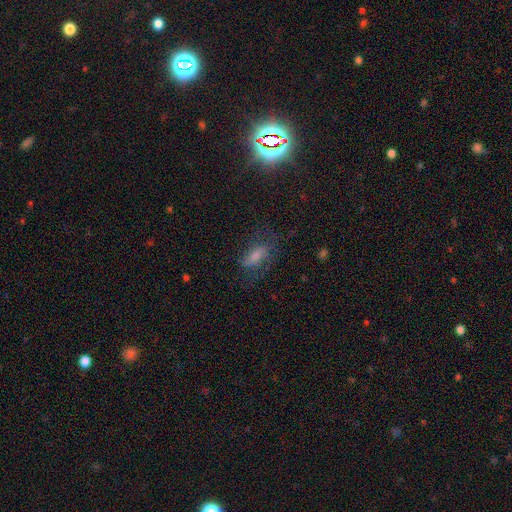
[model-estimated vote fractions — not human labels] Smooth or featured: smooth — 36% (featured or disk — 33%)
Merging: none — 63% (minor disturbance — 20%)